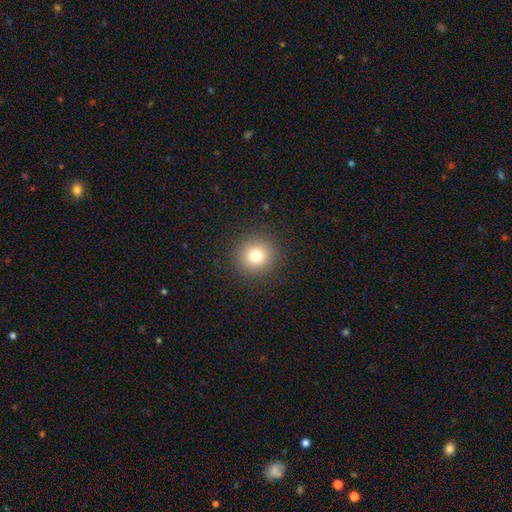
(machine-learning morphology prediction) smooth_or_featured: smooth (p=0.78) [alt: star or artifact p=0.13]
how_rounded: round (p=0.93) [alt: in between p=0.06]
merging: none (p=0.91) [alt: minor disturbance p=0.06]